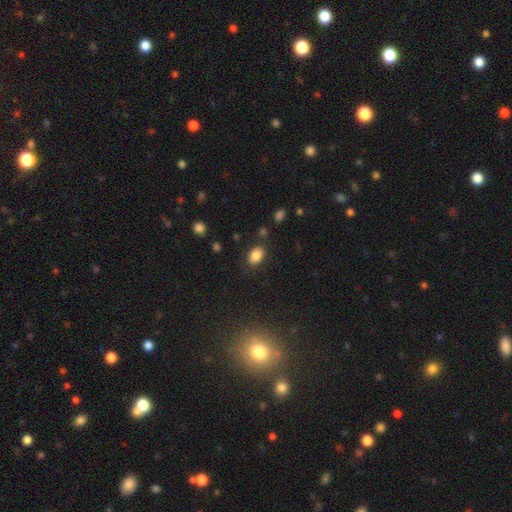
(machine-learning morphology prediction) Smooth or featured?
  - smooth: 84% *
  - star or artifact: 9%
  - featured or disk: 7%
How rounded?
  - in between: 81% *
  - round: 17%
  - cigar-shaped: 1%
Merging?
  - none: 81% *
  - minor disturbance: 12%
  - major disturbance: 4%
  - merger: 3%